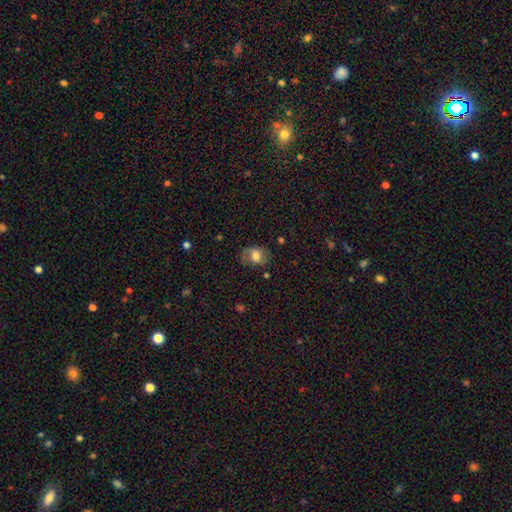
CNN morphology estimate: This is likely a smooth galaxy (64%). How rounded: likely in between (61%). Merging: likely none (69%).